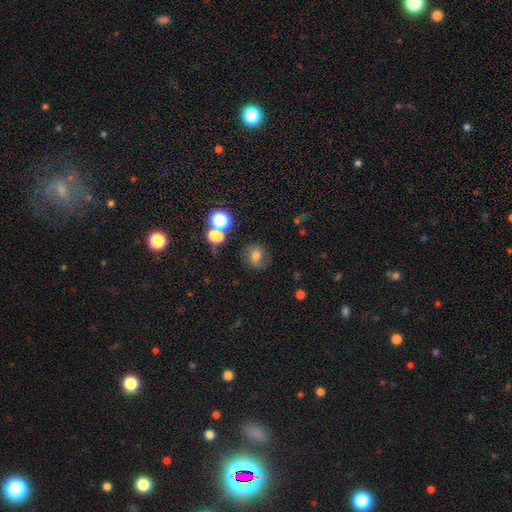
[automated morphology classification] A smooth galaxy with no disk features (49%). Merging: none (71%).